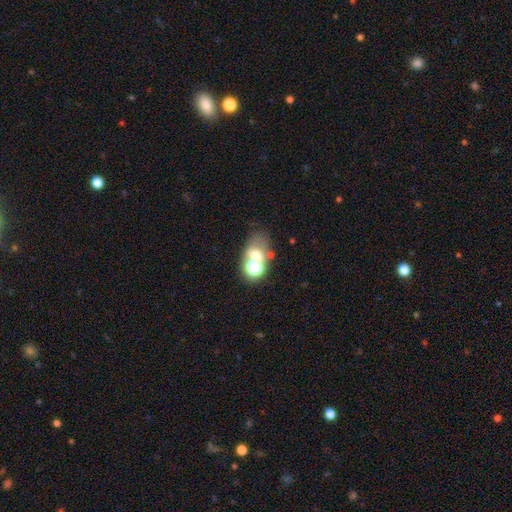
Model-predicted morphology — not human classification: Overall: smooth (54%; featured or disk 24%). How rounded: in between (58%; round 40%). Merging: merger (40%, tied with none).